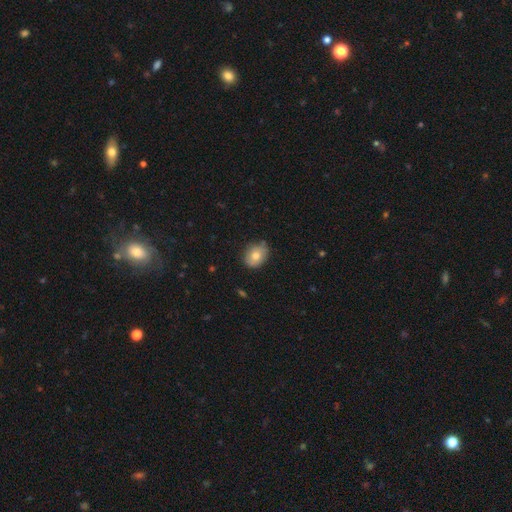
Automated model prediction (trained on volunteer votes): This is likely a smooth galaxy (75%). How rounded: possibly in between (54%). Merging: likely none (75%).